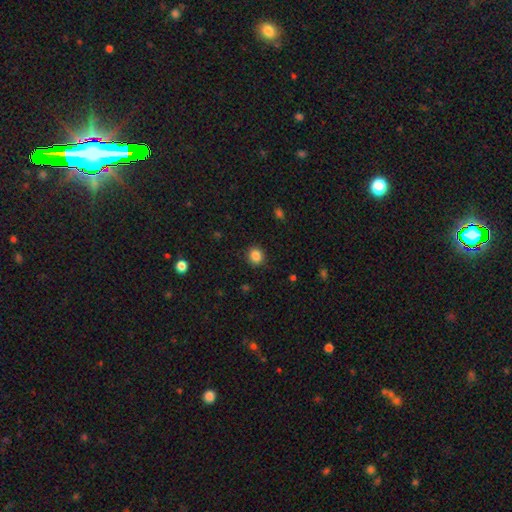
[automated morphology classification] Overall: smooth (86%). How rounded: round (80%). Merging: none (89%).